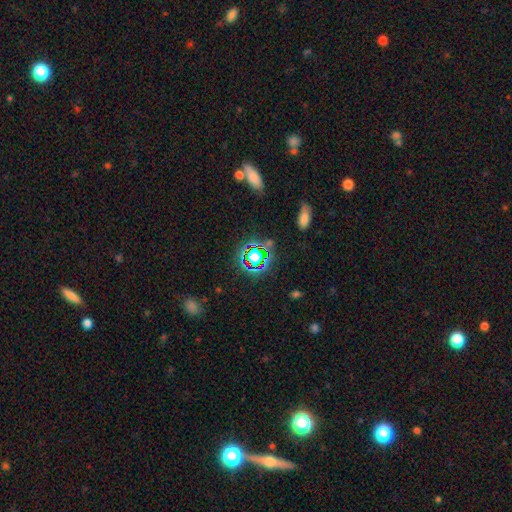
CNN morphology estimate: Smooth or featured: star or artifact — 65% (smooth — 24%)